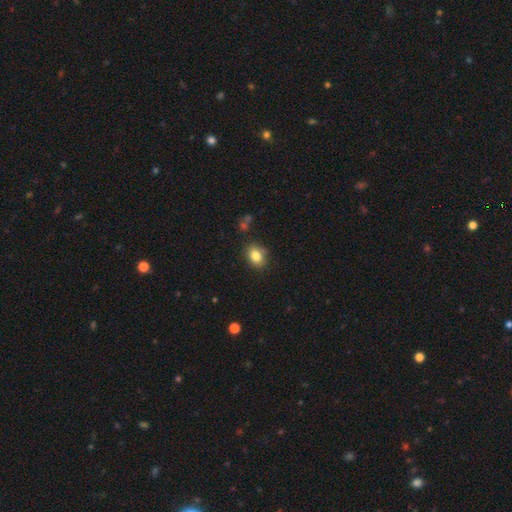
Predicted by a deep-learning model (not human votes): smooth_or_featured: smooth (p=0.82) [alt: star or artifact p=0.10]
how_rounded: in between (p=0.64) [alt: round p=0.35]
merging: none (p=0.82) [alt: minor disturbance p=0.13]